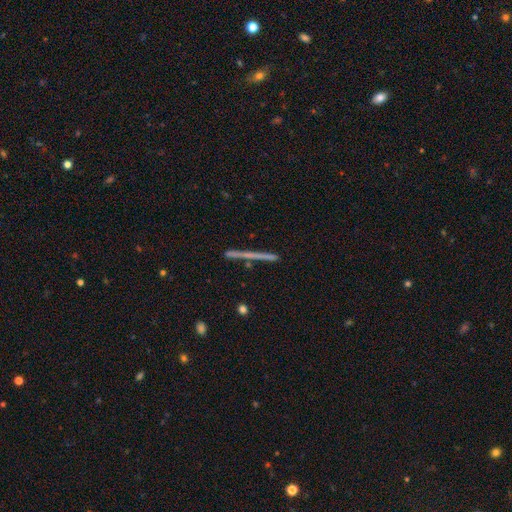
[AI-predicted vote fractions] Smooth or featured? Predicted: featured or disk (p=0.51). Edge-on disk? Predicted: yes (p=0.97). Merging? Predicted: none (p=0.88).